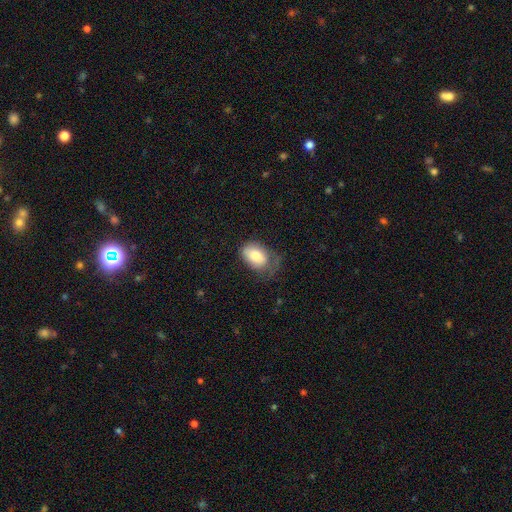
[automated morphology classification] This appears to be a smooth galaxy with no disk features (79%) that is in between round and cigar-shaped (87%). Merging: none (40%).